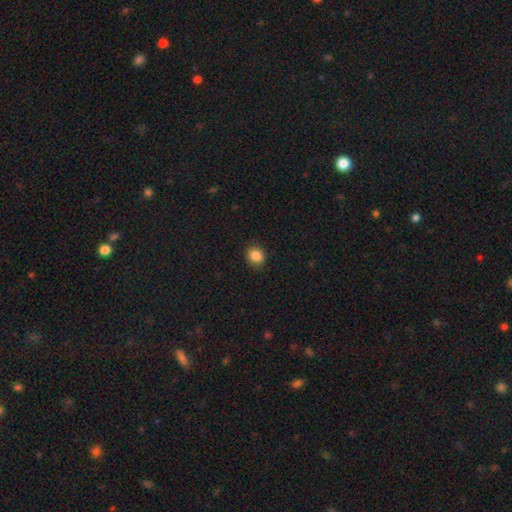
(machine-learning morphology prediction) smooth_or_featured: smooth (p=0.86) [alt: star or artifact p=0.10]
how_rounded: round (p=0.76) [alt: in between p=0.23]
merging: none (p=0.89) [alt: minor disturbance p=0.08]